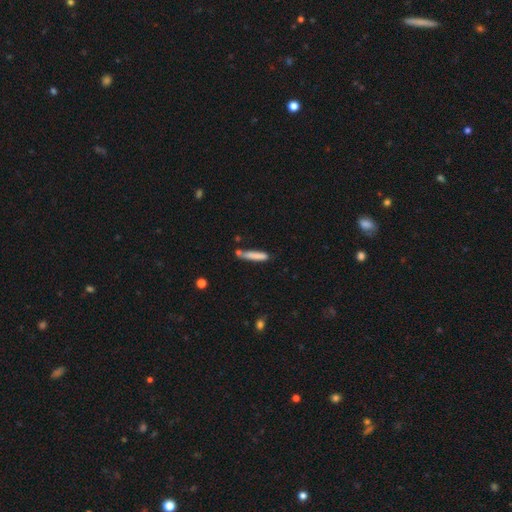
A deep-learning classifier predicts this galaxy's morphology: Smooth or featured: smooth — 77% (featured or disk — 16%)
How rounded: cigar-shaped — 90% (in between — 8%)
Merging: none — 57% (minor disturbance — 22%)